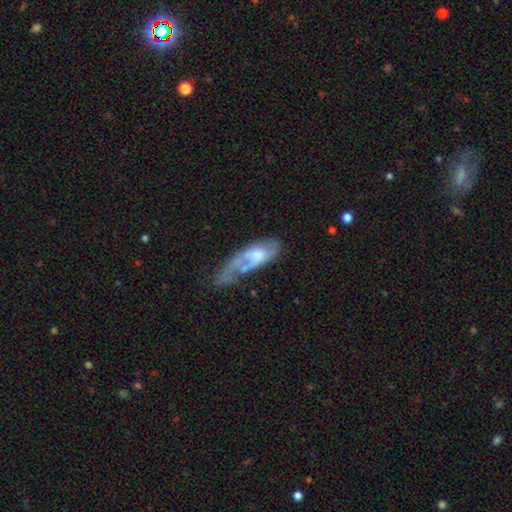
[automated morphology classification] This is possibly a featured or disk galaxy (56%). It is clearly not viewed edge-on (84%). Merging: marginally major disturbance (35%).